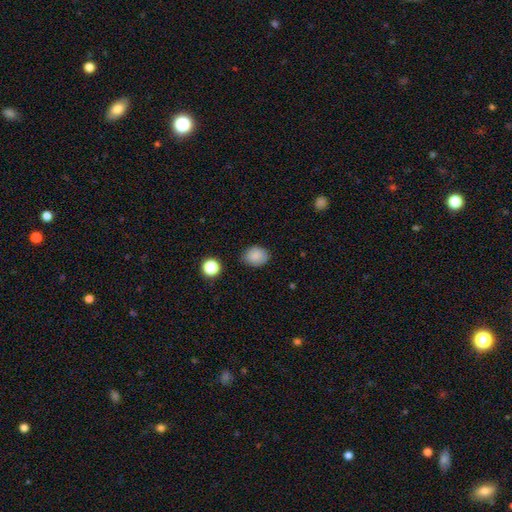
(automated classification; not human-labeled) smooth_or_featured: smooth (p=0.85) [alt: star or artifact p=0.09]
how_rounded: in between (p=0.52) [alt: round p=0.47]
merging: none (p=0.79) [alt: minor disturbance p=0.15]